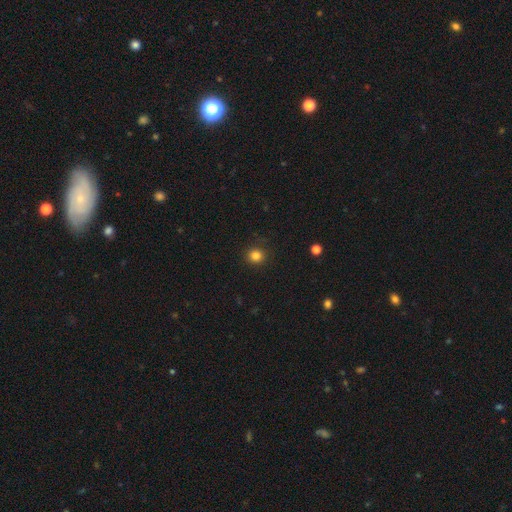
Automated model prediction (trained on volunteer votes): This appears to be a smooth galaxy with no disk features (83%) that is round (92%). Merging: none (90%).